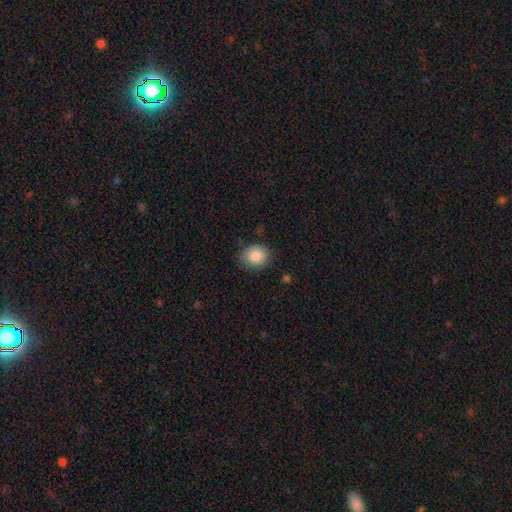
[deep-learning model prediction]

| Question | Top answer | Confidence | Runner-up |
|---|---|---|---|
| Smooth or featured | smooth | 87% | star or artifact (8%) |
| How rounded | round | 58% | in between (41%) |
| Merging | none | 80% | minor disturbance (15%) |